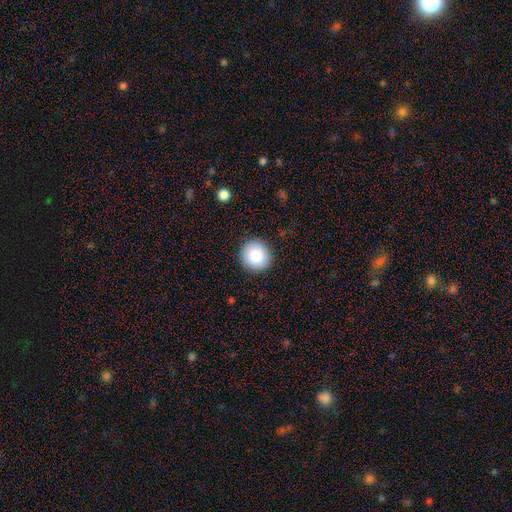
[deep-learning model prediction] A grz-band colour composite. It shows a smooth galaxy with no disk features (86%) that is round (93%). Merging: none (91%).